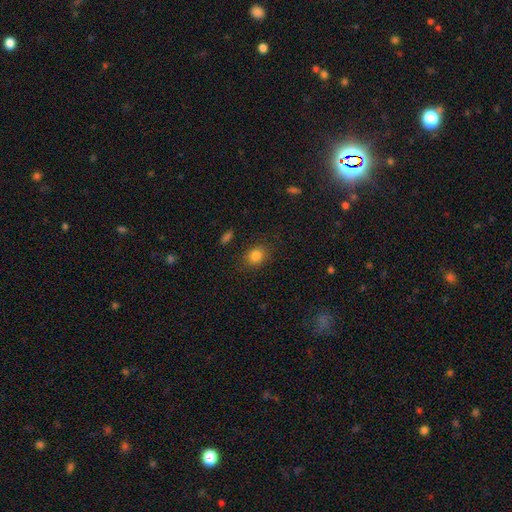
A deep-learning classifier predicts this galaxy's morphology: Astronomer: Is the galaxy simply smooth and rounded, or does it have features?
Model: smooth — 83%.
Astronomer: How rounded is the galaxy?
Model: round — 52% (runner-up: in between, 46%).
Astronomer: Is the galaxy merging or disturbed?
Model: none — 83%.